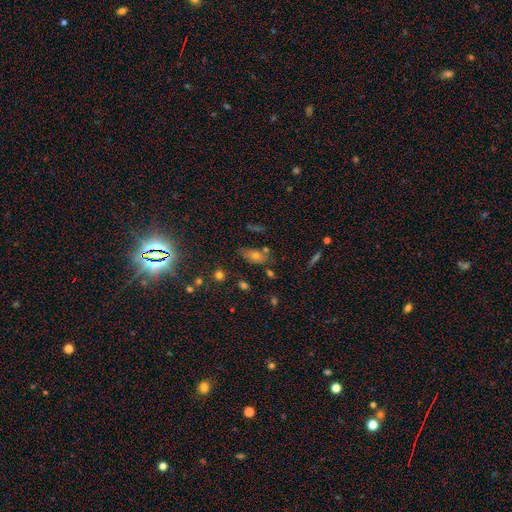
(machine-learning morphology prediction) smooth_or_featured: smooth (p=0.56) [alt: star or artifact p=0.24]
how_rounded: in between (p=0.81) [alt: round p=0.12]
merging: none (p=0.61) [alt: minor disturbance p=0.21]